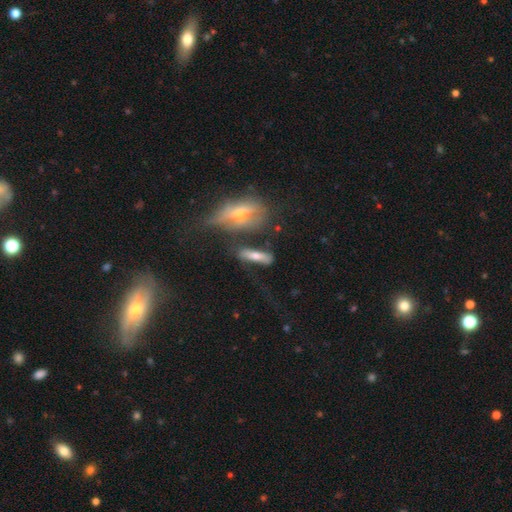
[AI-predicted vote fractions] smooth-or-featured: smooth: 56% | featured or disk: 35% | star or artifact: 9%
  how-rounded: cigar-shaped: 61% | in between: 35% | round: 4%
  merging: none: 56% | minor disturbance: 18% | merger: 15% | major disturbance: 10%